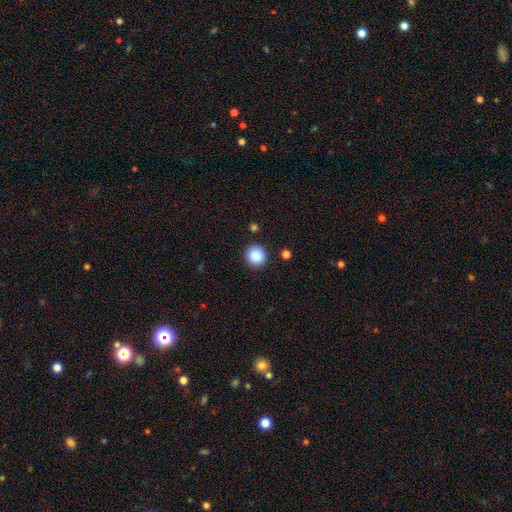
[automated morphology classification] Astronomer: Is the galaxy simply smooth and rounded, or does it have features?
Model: smooth — 87%.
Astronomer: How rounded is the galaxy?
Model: round — 94%.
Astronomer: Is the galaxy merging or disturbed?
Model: none — 90%.